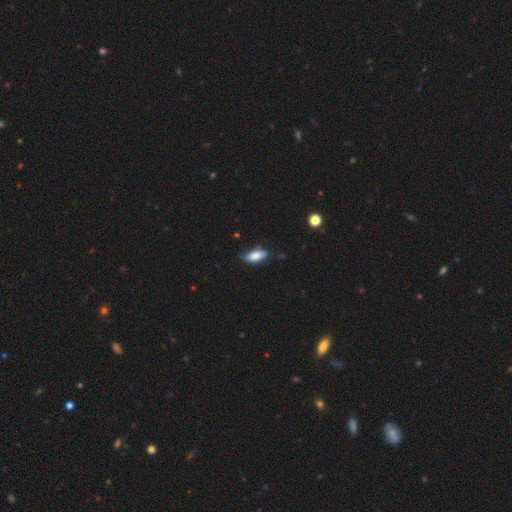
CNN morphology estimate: Smooth or featured: smooth — 80% (featured or disk — 13%)
How rounded: in between — 85% (cigar-shaped — 13%)
Merging: none — 75% (minor disturbance — 21%)